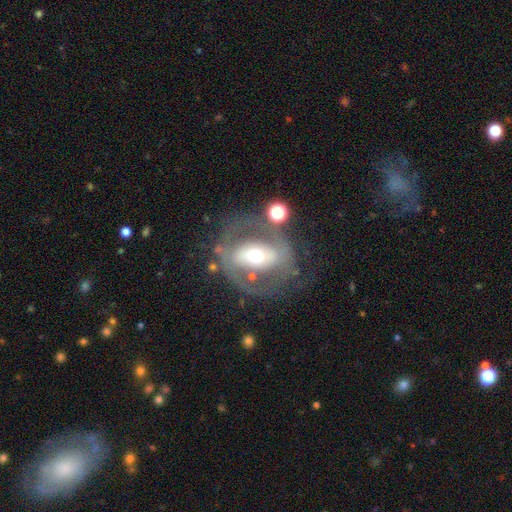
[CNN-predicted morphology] Smooth or featured? featured or disk (71%)
Edge-on disk? no (94%)
Bar? strong (38%)
Spiral arms? yes (50%, tied with no)
Bulge size? moderate (63%)
Merging? none (61%)